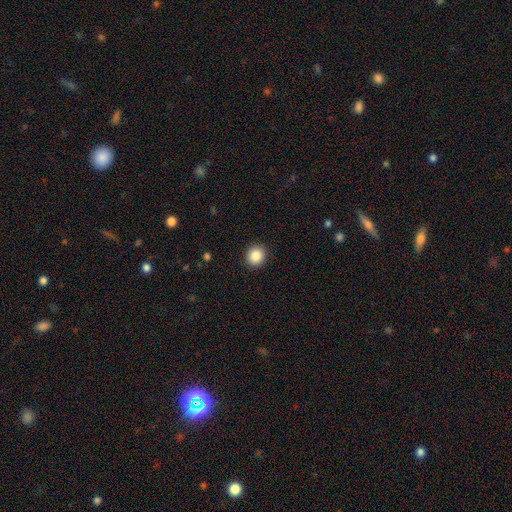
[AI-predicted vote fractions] Overall: smooth (88%). How rounded: round (88%). Merging: none (92%).